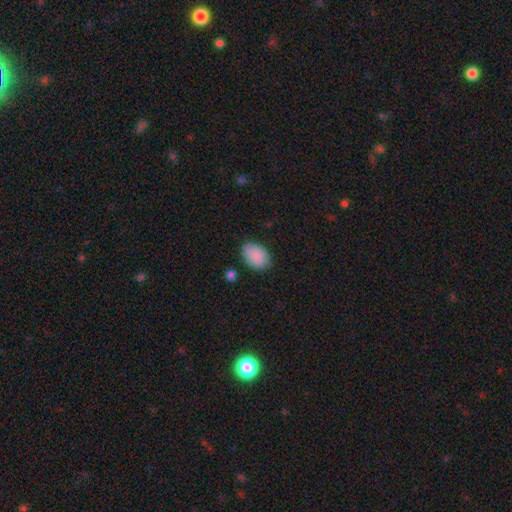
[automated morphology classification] smooth 89%, star or artifact 7%, featured or disk 5%. Down the decision tree: how rounded — in between (85%); merging — none (79%).